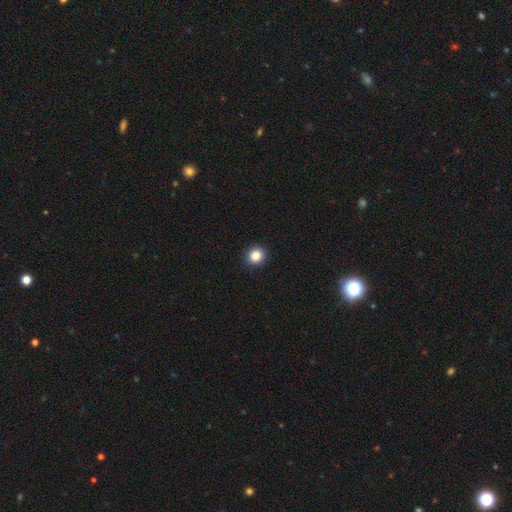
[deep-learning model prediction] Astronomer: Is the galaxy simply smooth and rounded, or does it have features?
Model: smooth — 85%.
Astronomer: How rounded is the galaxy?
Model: round — 90%.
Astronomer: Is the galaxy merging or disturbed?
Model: none — 93%.